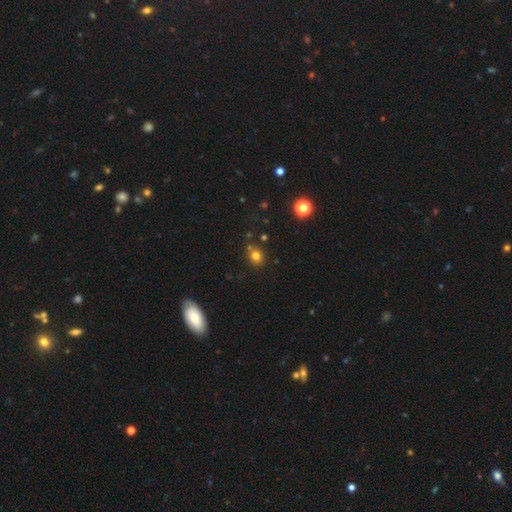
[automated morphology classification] Smooth or featured? smooth (76%)
How rounded? round (76%)
Merging? none (75%)